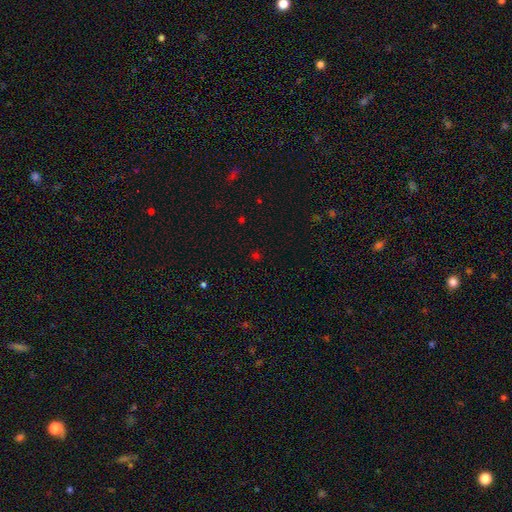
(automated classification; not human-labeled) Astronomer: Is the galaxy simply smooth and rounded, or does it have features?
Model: star or artifact — 50% (runner-up: smooth, 45%).